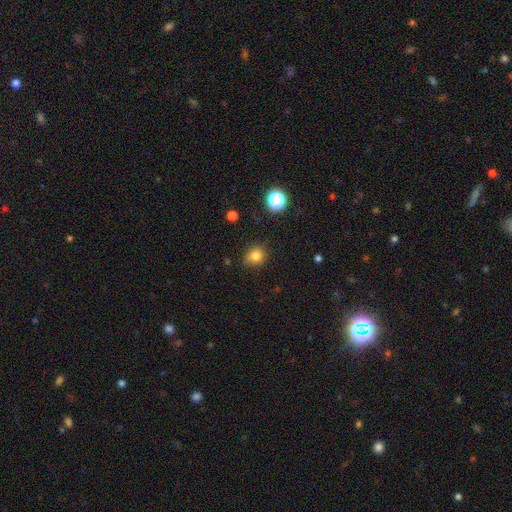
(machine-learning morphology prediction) The model was most divided on "how rounded": round: 73%, in between: 26%, cigar-shaped: 1%. More confident: smooth or featured — smooth (80%); merging — none (77%).